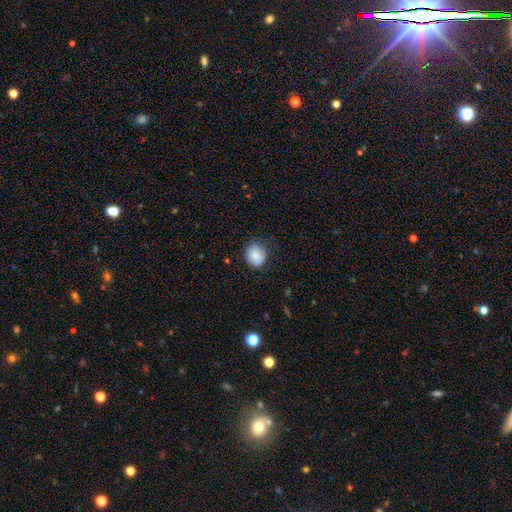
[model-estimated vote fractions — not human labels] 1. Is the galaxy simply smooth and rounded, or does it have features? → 80% smooth, 11% featured or disk, 8% star or artifact.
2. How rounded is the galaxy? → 70% round, 29% in between, 1% cigar-shaped.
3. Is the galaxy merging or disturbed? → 69% none, 24% minor disturbance, 6% major disturbance, 2% merger.